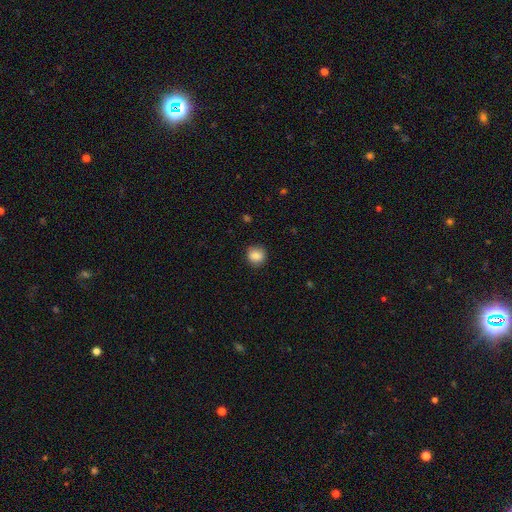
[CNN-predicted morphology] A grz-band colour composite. It shows a smooth galaxy with no disk features (85%) that is round (87%). Merging: none (86%).